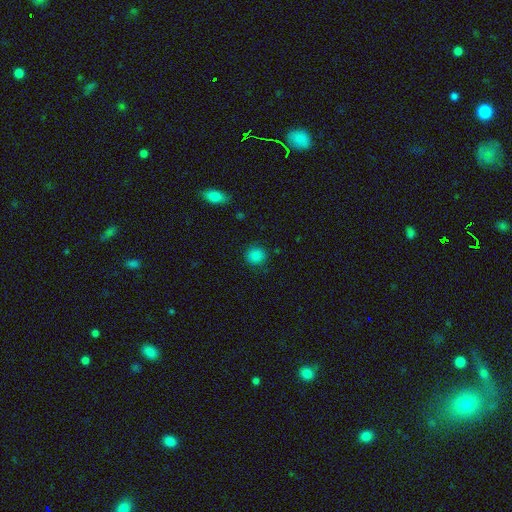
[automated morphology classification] smooth 84%, star or artifact 12%, featured or disk 3%. Down the decision tree: how rounded — round (91%); merging — none (88%).